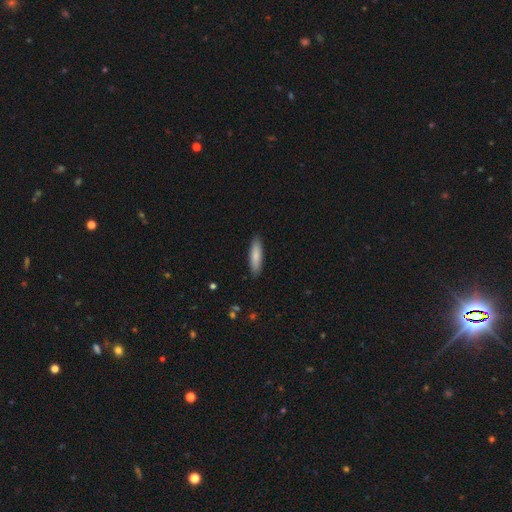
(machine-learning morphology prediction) Smooth or featured? smooth (83%)
How rounded? cigar-shaped (69%)
Merging? none (89%)